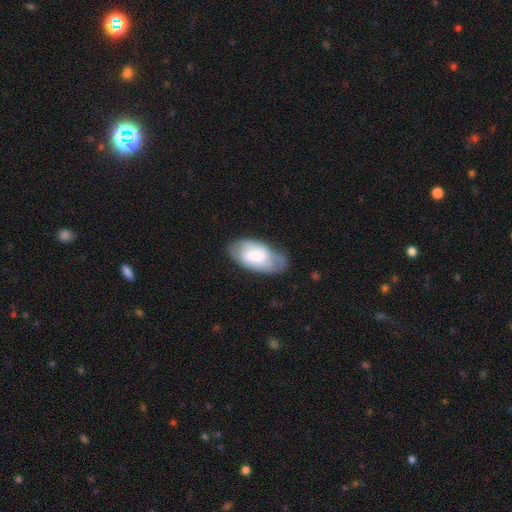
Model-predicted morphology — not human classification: smooth 50%, featured or disk 44%, star or artifact 6%. Down the decision tree: how rounded — in between (94%); merging — none (60%).